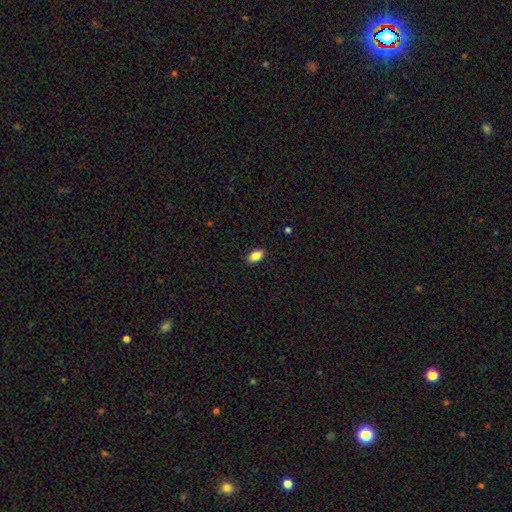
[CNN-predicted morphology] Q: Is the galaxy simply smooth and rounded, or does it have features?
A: smooth — 86%.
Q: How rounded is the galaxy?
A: in between — 91%.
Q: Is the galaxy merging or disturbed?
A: none — 89%.